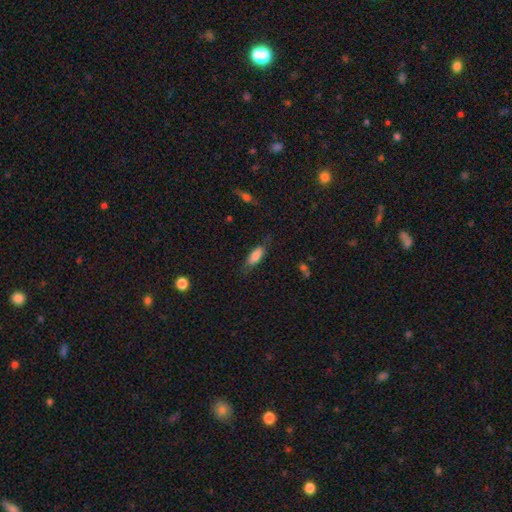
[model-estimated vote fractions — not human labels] Morphology: type=smooth (80%); roundness=in between (69%); merging=none (71%).